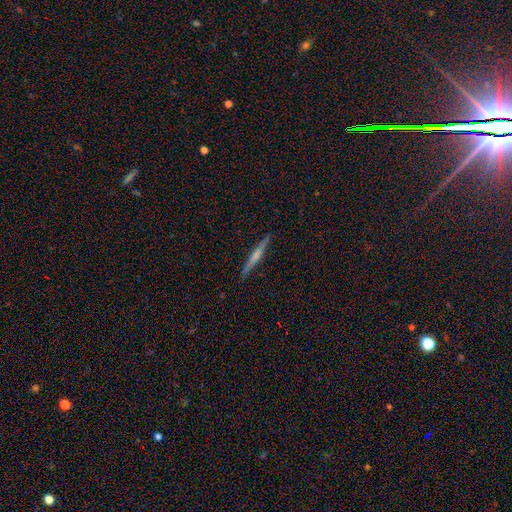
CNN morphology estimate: This is possibly a featured or disk galaxy (56%). It is clearly viewed edge-on (97%). Edge-on bulge: possibly rounded (46%). Merging: clearly none (90%).